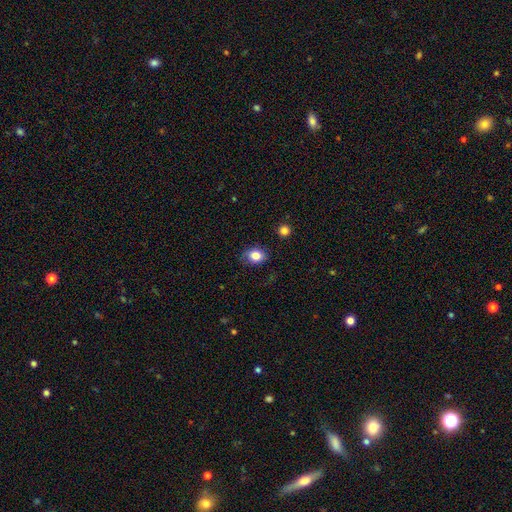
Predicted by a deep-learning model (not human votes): This is clearly a smooth galaxy (83%). How rounded: possibly in between (56%). Merging: likely none (77%).